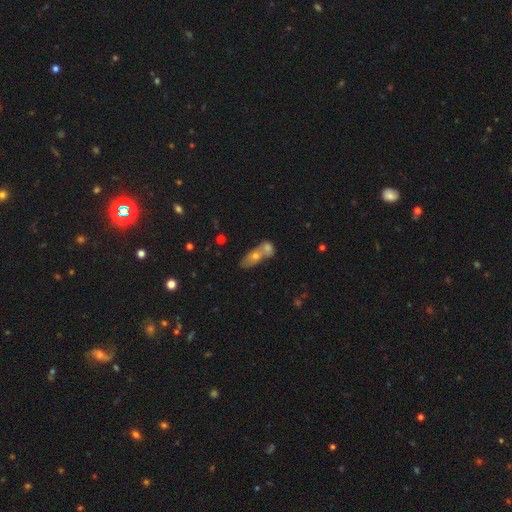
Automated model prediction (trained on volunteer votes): A smooth galaxy with no disk features (57%) that is in between round and cigar-shaped (66%).

Vote fractions:
- Smooth or featured? smooth: 57% / featured or disk: 29% / star or artifact: 14%
- How rounded? in between: 66% / cigar-shaped: 18% / round: 16%
- Merging? merger: 61% / none: 28% / minor disturbance: 7% / major disturbance: 4%